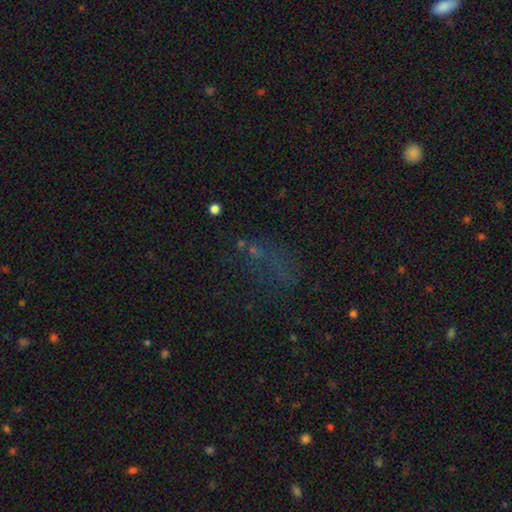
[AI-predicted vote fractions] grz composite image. It shows a star or artifact, not a galaxy (45%).